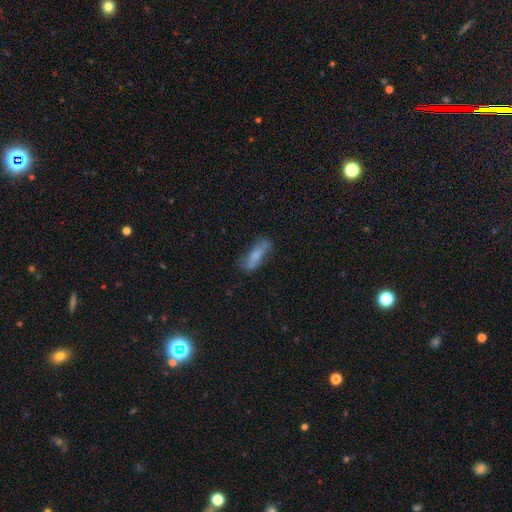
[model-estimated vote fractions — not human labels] This is likely a smooth galaxy (67%). How rounded: possibly cigar-shaped (59%). Merging: likely none (65%).